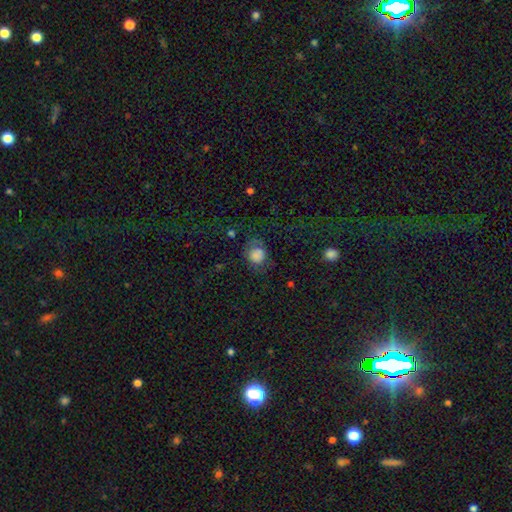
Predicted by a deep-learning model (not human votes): Smooth or featured? smooth (76%)
How rounded? round (70%)
Merging? none (61%)